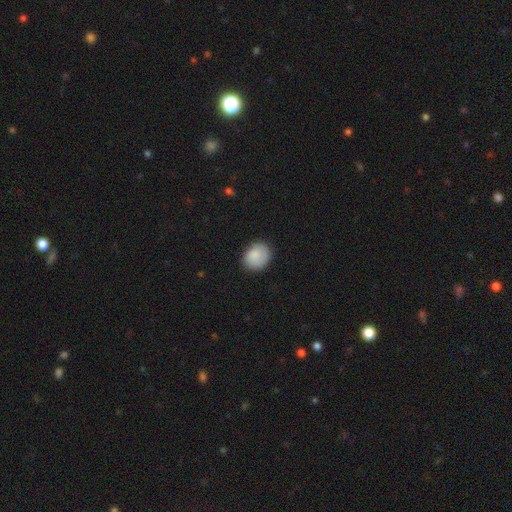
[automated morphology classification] Overall: smooth (86%). How rounded: round (55%; in between 44%). Merging: none (82%).